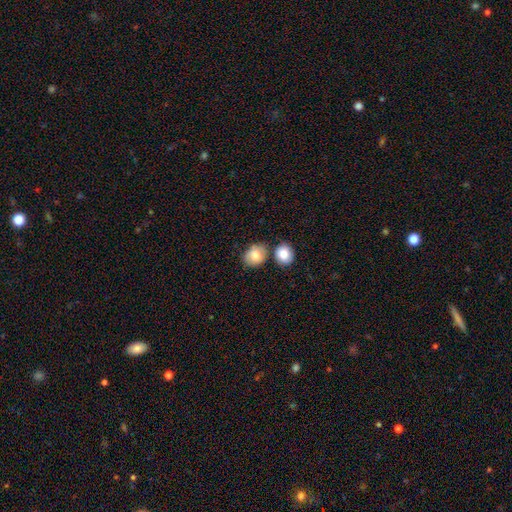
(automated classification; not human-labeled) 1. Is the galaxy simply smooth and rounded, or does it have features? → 80% smooth, 13% featured or disk, 8% star or artifact.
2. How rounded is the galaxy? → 50% round, 49% in between, 1% cigar-shaped.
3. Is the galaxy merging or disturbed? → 60% none, 21% merger, 15% minor disturbance, 4% major disturbance.